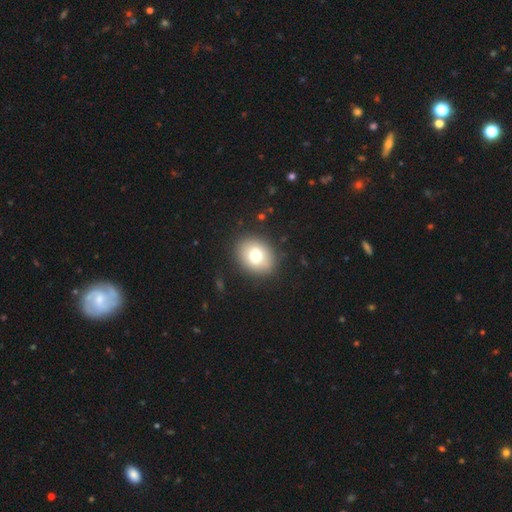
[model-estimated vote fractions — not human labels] smooth_or_featured: smooth (p=0.73) [alt: featured or disk p=0.16]
how_rounded: in between (p=0.54) [alt: round p=0.45]
merging: none (p=0.88) [alt: minor disturbance p=0.08]